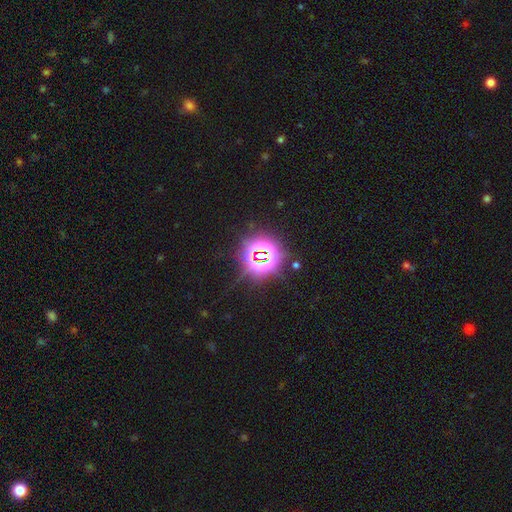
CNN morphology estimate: smooth_or_featured: star or artifact (p=0.78) [alt: smooth p=0.14]